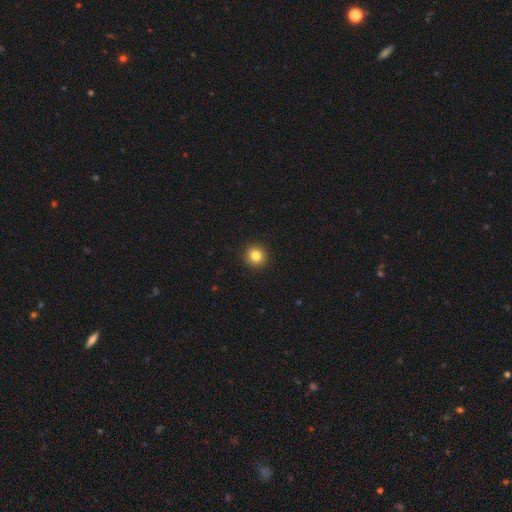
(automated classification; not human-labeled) This appears to be a smooth galaxy with no disk features (83%) that is round (93%). Merging: none (93%).